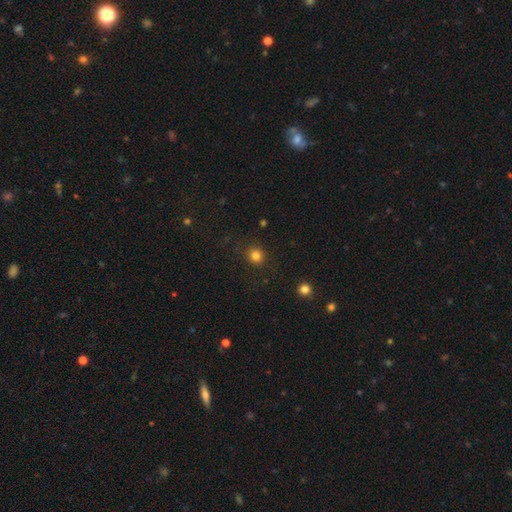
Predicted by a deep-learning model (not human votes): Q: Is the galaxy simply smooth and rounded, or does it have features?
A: smooth — 82%.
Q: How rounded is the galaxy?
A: round — 88%.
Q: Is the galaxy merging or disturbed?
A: none — 86%.